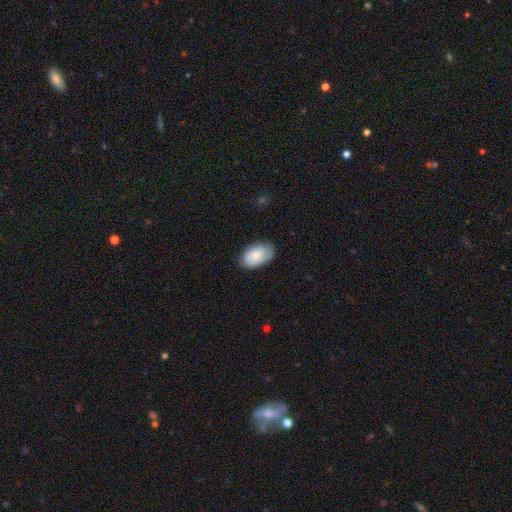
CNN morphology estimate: smooth_or_featured: smooth (p=0.82) [alt: featured or disk p=0.12]
how_rounded: in between (p=0.92) [alt: round p=0.07]
merging: none (p=0.79) [alt: minor disturbance p=0.17]